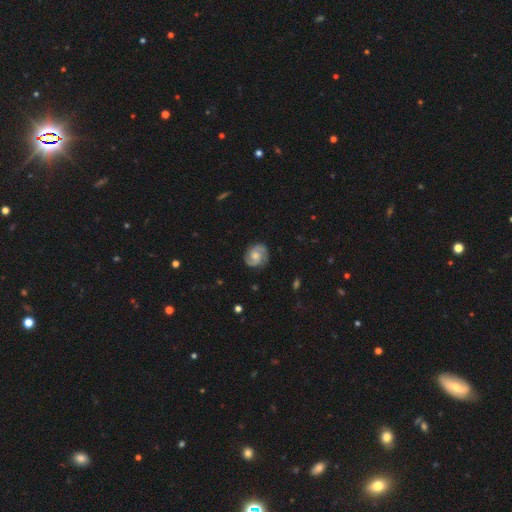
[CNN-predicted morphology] type=featured or disk (81%); edge-on=no (98%); bar=no (61%); spiral arms=yes (97%); winding=tight (46%); arm count=2 (89%); bulge=moderate (54%); merging=none (84%).